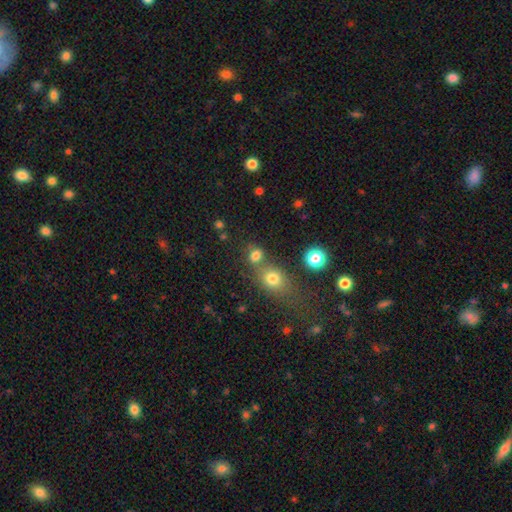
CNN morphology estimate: smooth_or_featured: smooth (p=0.75) [alt: star or artifact p=0.17]
how_rounded: round (p=0.64) [alt: in between p=0.34]
merging: none (p=0.54) [alt: merger p=0.32]